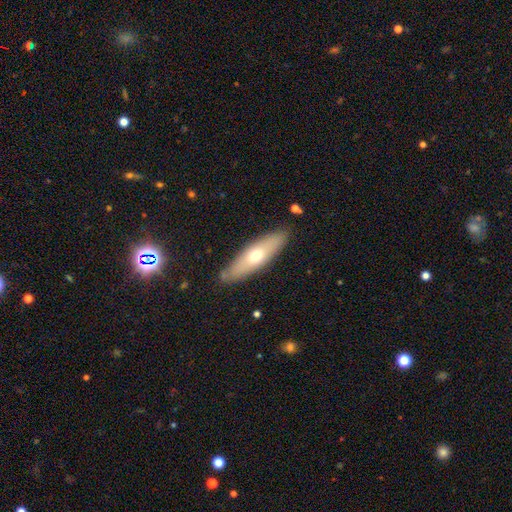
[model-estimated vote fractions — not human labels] Morphology: type=smooth (57%); roundness=cigar-shaped (59%); merging=none (84%).